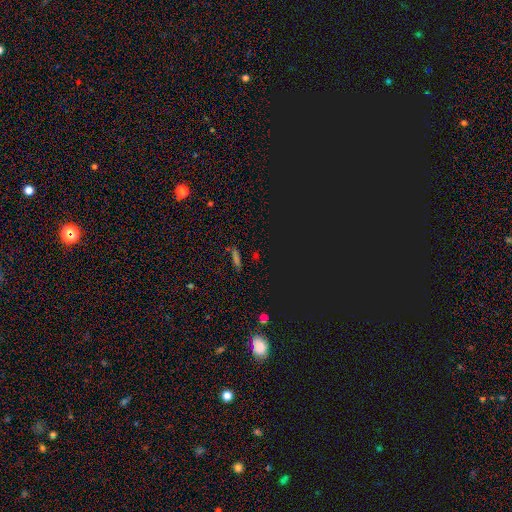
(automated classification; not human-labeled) A star or artifact, not a galaxy (54%).

Vote fractions:
- Smooth or featured? star or artifact: 54% / smooth: 38% / featured or disk: 8%